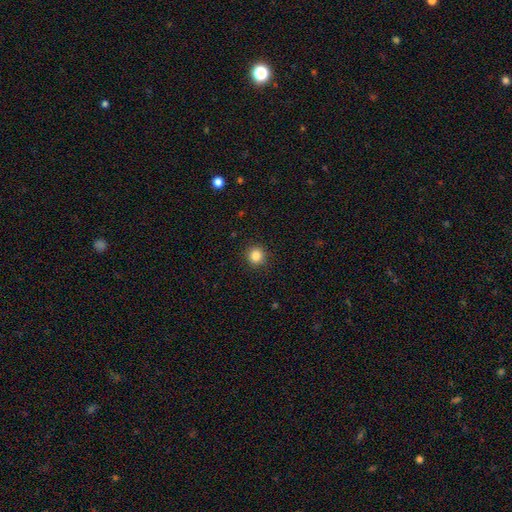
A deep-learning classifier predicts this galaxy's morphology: Smooth or featured?
  - smooth: 84% *
  - star or artifact: 11%
  - featured or disk: 5%
How rounded?
  - round: 94% *
  - in between: 5%
  - cigar-shaped: 1%
Merging?
  - none: 92% *
  - minor disturbance: 5%
  - major disturbance: 2%
  - merger: 1%